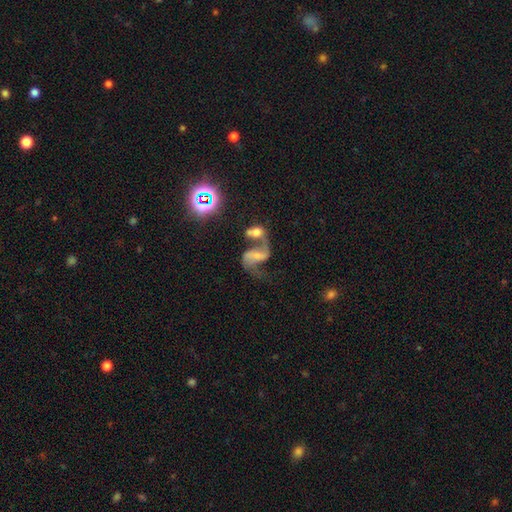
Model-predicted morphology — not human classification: Smooth or featured? featured or disk (75%)
Edge-on disk? no (97%)
Bar? no (38%)
Spiral arms? yes (89%)
Spiral winding? loose (72%)
Spiral arm count? 2 (87%)
Bulge size? small (38%)
Merging? merger (49%)